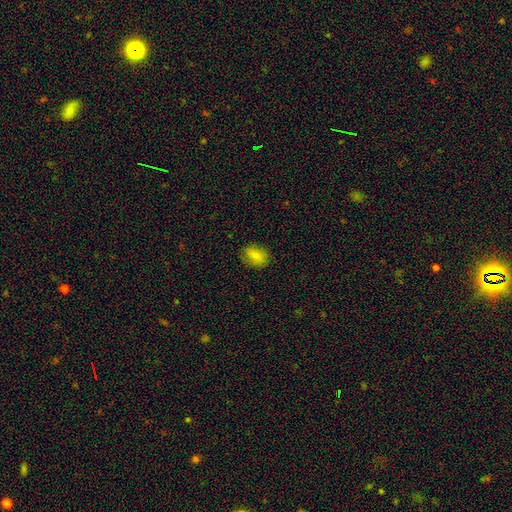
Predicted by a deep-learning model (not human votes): Smooth or featured? Predicted: smooth (p=0.81). How rounded? Predicted: in between (p=0.70). Merging? Predicted: none (p=0.80).